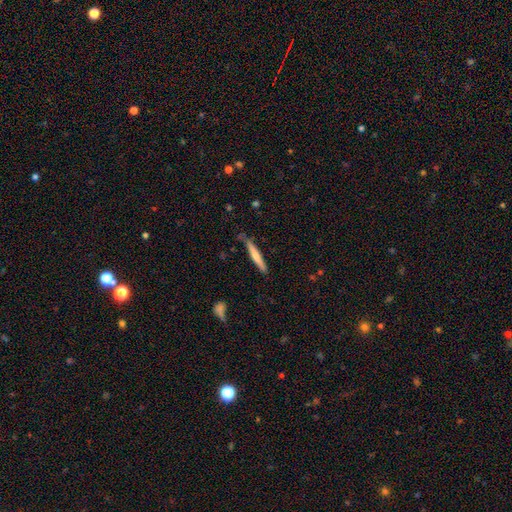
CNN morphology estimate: Q: Smooth or featured?
A: smooth (58%); runner-up: featured or disk (37%)
Q: How rounded?
A: cigar-shaped (95%); runner-up: in between (4%)
Q: Merging?
A: none (77%); runner-up: minor disturbance (17%)